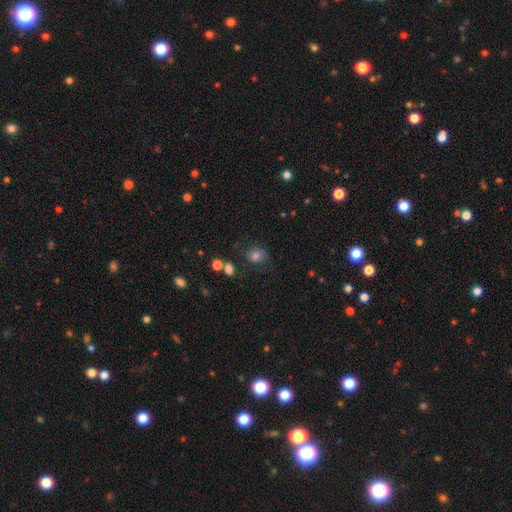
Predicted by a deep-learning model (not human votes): Smooth or featured? Predicted: smooth (p=0.75). How rounded? Predicted: round (p=0.65). Merging? Predicted: none (p=0.66).